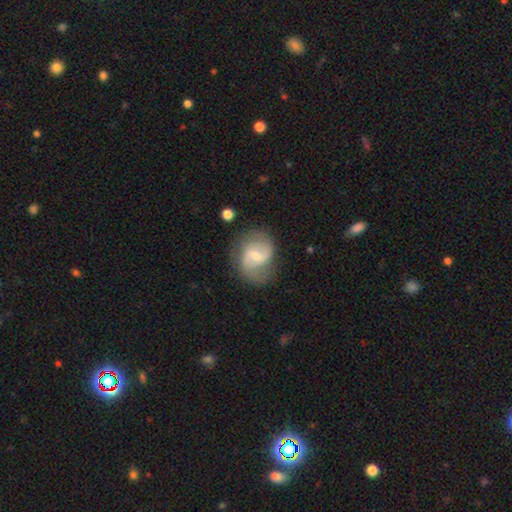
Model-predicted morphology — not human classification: type=featured or disk (74%); edge-on=no (98%); bar=weak (57%); spiral arms=yes (91%); winding=medium (48%); arm count=2 (85%); bulge=small (48%); merging=none (67%).